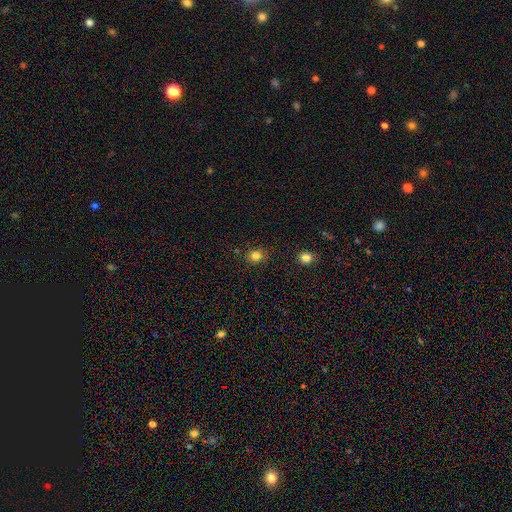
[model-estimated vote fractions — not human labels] Q: Smooth or featured?
A: smooth (81%); runner-up: star or artifact (13%)
Q: How rounded?
A: round (75%); runner-up: in between (24%)
Q: Merging?
A: none (86%); runner-up: minor disturbance (9%)